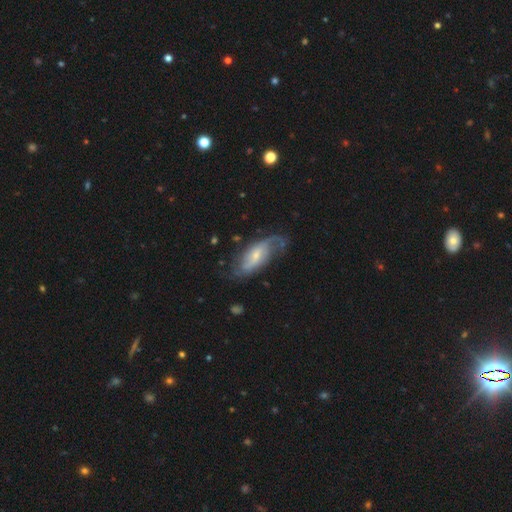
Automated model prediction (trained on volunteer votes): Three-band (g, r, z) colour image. It shows a featured or disk galaxy (74%) with a weak bar (45%), 2 (73%) loose (58%) spiral arms (91%) and a small central bulge (62%). Merging: none (58%).